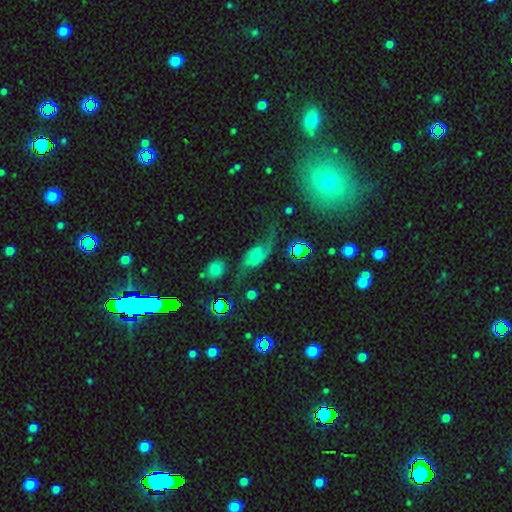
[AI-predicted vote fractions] The model was most divided on "bulge size": small: 45%, moderate: 32%, none: 13%, large: 7%, dominant: 3%. More confident: edge-on disk — no (93%); spiral arm count — 2 (91%); spiral arms — yes (90%); spiral winding — loose (83%); smooth or featured — featured or disk (68%); merging — none (54%); bar — no (51%).